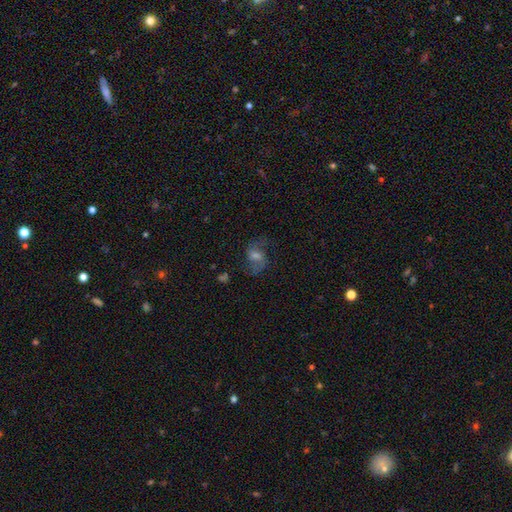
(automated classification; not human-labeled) smooth-or-featured: featured or disk: 69% | smooth: 19% | star or artifact: 12%
  disk-edge-on: no: 97% | yes: 3%
    bar: weak: 47% | no: 41% | strong: 12%
    has-spiral-arms: yes: 92% | no: 8%
      spiral-winding: loose: 53% | medium: 39% | tight: 8%
      spiral-arm-count: 2: 89% | can't tell: 5% | 1: 3% | 3: 1% | 4: 1% | more than 4: 1%
    bulge-size: moderate: 51% | small: 30% | large: 11% | none: 7% | dominant: 2%
  merging: none: 70% | minor disturbance: 17% | major disturbance: 12% | merger: 2%